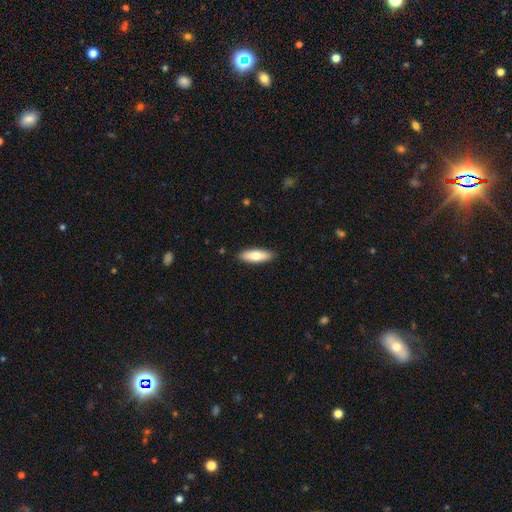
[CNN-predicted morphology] smooth_or_featured: smooth (p=0.73) [alt: featured or disk p=0.21]
how_rounded: cigar-shaped (p=0.50) [alt: in between p=0.48]
merging: none (p=0.89) [alt: minor disturbance p=0.08]